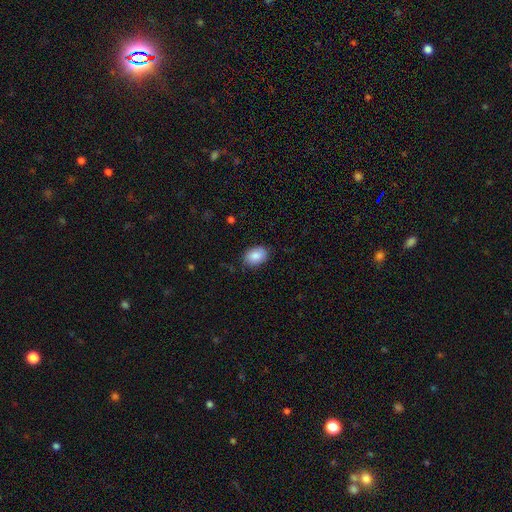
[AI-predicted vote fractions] A smooth galaxy with no disk features (86%) that is in between round and cigar-shaped (77%).

Vote fractions:
- Smooth or featured? smooth: 86% / featured or disk: 7% / star or artifact: 7%
- How rounded? in between: 77% / round: 22% / cigar-shaped: 1%
- Merging? none: 82% / minor disturbance: 14% / major disturbance: 3% / merger: 1%